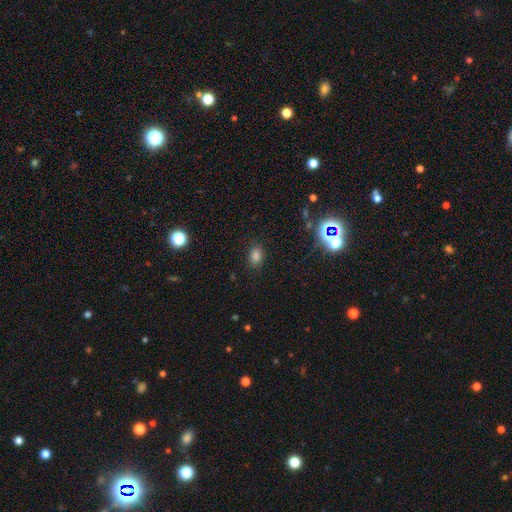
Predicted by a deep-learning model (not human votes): Smooth or featured? smooth (77%)
How rounded? in between (67%)
Merging? none (85%)